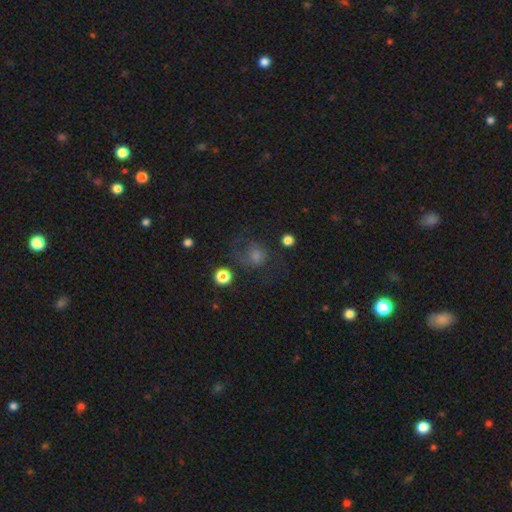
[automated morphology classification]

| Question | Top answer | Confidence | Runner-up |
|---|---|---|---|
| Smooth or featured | smooth | 42% | featured or disk (33%) |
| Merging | none | 57% | major disturbance (22%) |